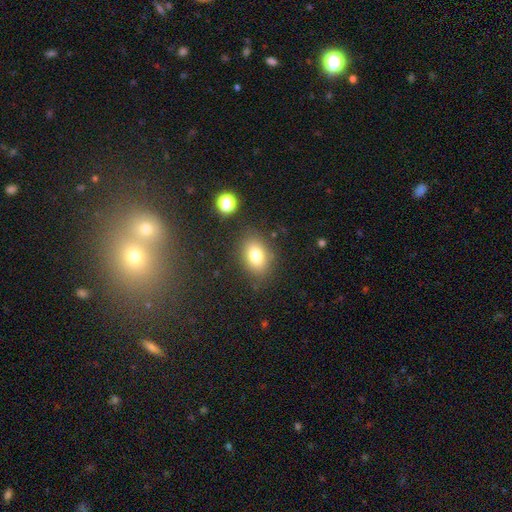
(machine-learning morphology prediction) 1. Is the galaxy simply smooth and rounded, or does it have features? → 78% smooth, 11% star or artifact, 11% featured or disk.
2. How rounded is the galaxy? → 78% in between, 21% round, 1% cigar-shaped.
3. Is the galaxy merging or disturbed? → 81% none, 12% minor disturbance, 4% major disturbance, 3% merger.